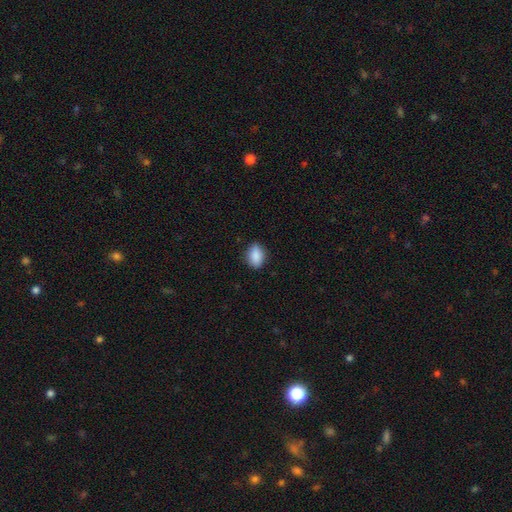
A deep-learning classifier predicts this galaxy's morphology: A smooth galaxy with no disk features (88%) that is in between round and cigar-shaped (82%).

Vote fractions:
- Smooth or featured? smooth: 88% / star or artifact: 7% / featured or disk: 4%
- How rounded? in between: 82% / round: 16% / cigar-shaped: 2%
- Merging? none: 85% / minor disturbance: 11% / major disturbance: 2% / merger: 1%